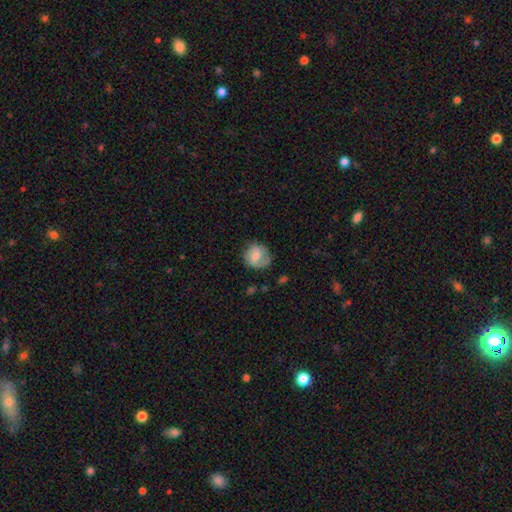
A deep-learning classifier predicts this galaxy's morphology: A smooth galaxy with no disk features (63%) that is round (80%).

Vote fractions:
- Smooth or featured? smooth: 63% / featured or disk: 29% / star or artifact: 8%
- How rounded? round: 80% / in between: 19% / cigar-shaped: 1%
- Merging? none: 64% / minor disturbance: 24% / major disturbance: 10% / merger: 2%